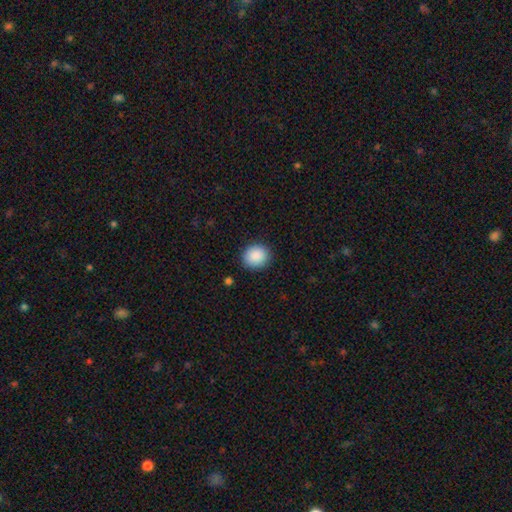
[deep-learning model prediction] Smooth or featured?
  - smooth: 89% *
  - star or artifact: 8%
  - featured or disk: 3%
How rounded?
  - round: 80% *
  - in between: 19%
  - cigar-shaped: 1%
Merging?
  - none: 89% *
  - minor disturbance: 8%
  - major disturbance: 2%
  - merger: 1%